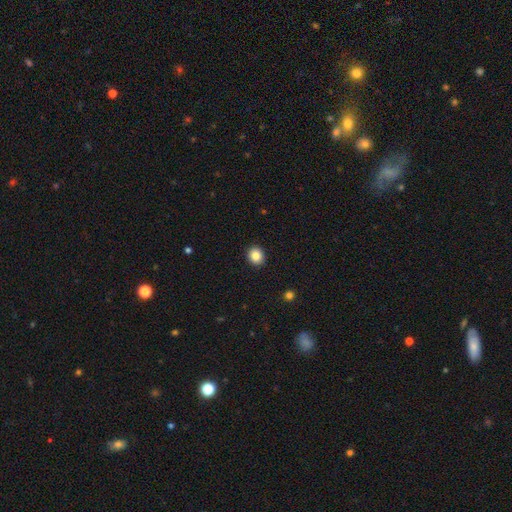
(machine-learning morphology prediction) A smooth galaxy with no disk features (85%) that is round (75%).

Vote fractions:
- Smooth or featured? smooth: 85% / star or artifact: 10% / featured or disk: 5%
- How rounded? round: 75% / in between: 24% / cigar-shaped: 1%
- Merging? none: 92% / minor disturbance: 5% / major disturbance: 2% / merger: 1%